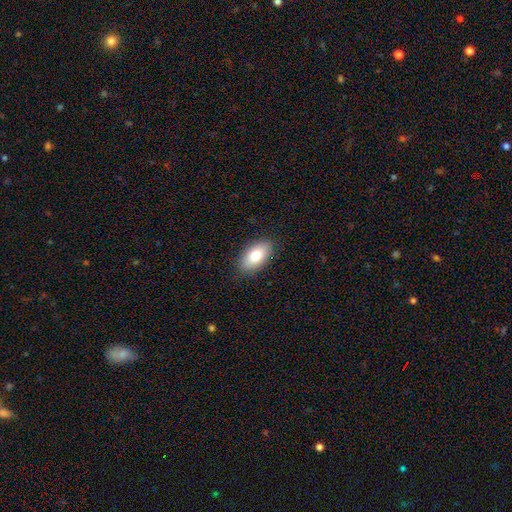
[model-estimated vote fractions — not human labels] Smooth or featured? smooth (80%)
How rounded? in between (93%)
Merging? none (87%)